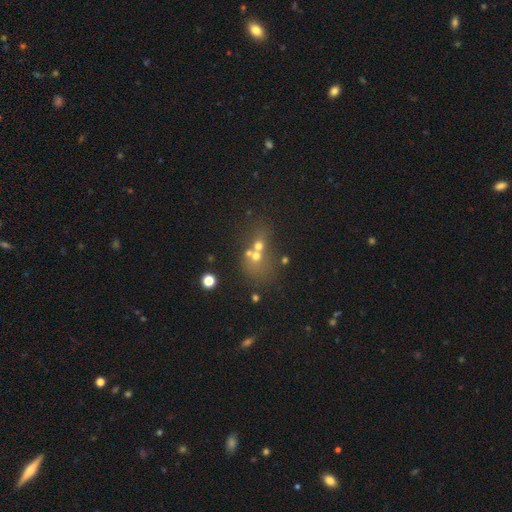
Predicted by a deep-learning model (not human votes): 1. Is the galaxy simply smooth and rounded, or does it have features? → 48% smooth, 29% featured or disk, 23% star or artifact.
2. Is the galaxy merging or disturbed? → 55% merger, 31% none, 8% minor disturbance, 7% major disturbance.